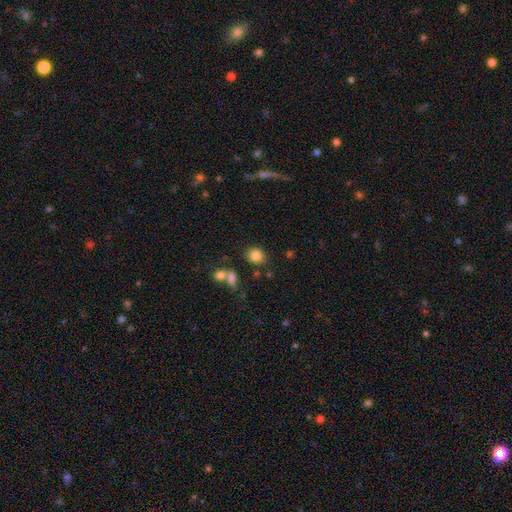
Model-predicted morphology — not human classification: A smooth galaxy with no disk features (83%) that is round (76%). Merging: none (78%).